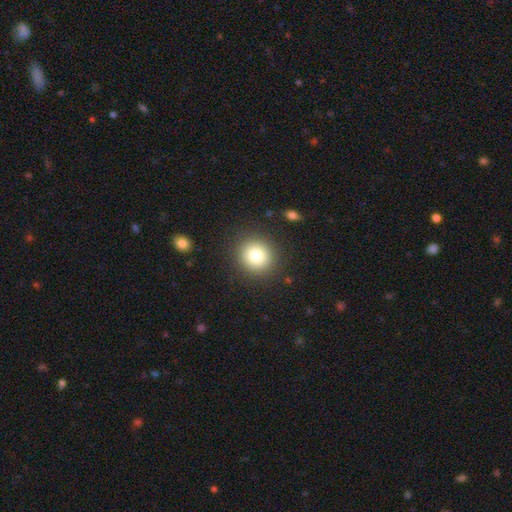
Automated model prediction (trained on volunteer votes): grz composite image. It shows a smooth galaxy with no disk features (82%) that is round (91%). Merging: none (89%).